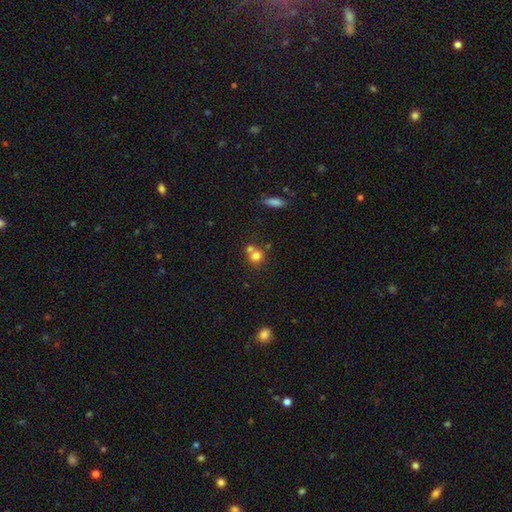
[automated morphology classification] Smooth or featured? Predicted: smooth (p=0.74). How rounded? Predicted: round (p=0.84). Merging? Predicted: none (p=0.46).